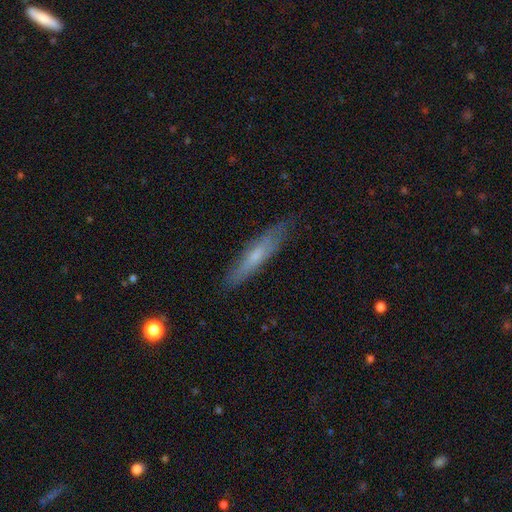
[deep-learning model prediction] Smooth or featured?
  - smooth: 52% *
  - featured or disk: 41%
  - star or artifact: 7%
How rounded?
  - cigar-shaped: 86% *
  - in between: 13%
  - round: 2%
Merging?
  - none: 80% *
  - minor disturbance: 15%
  - major disturbance: 3%
  - merger: 1%